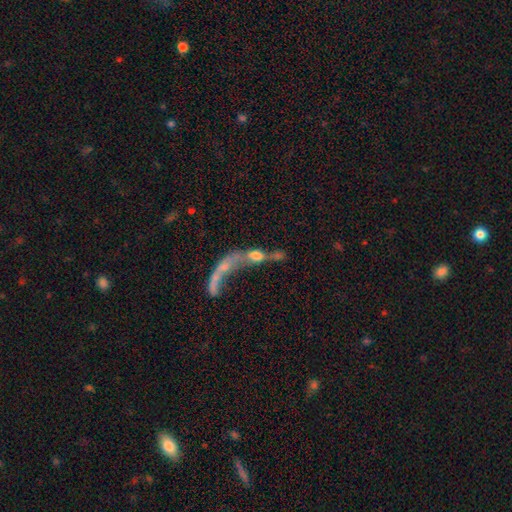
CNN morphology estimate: smooth-or-featured: featured or disk: 46% | smooth: 40% | star or artifact: 14%
  merging: merger: 68% | major disturbance: 17% | none: 10% | minor disturbance: 5%